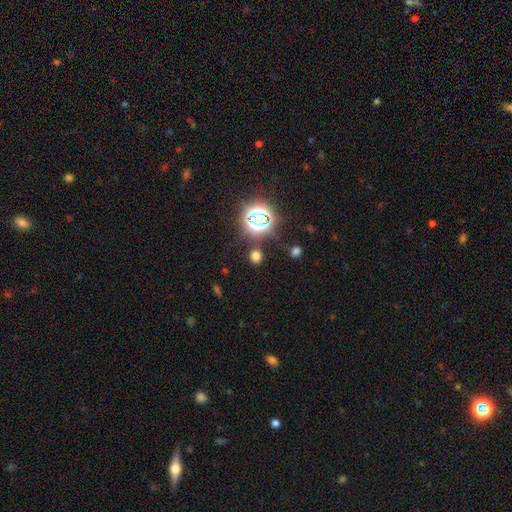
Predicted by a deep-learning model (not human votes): The model was most divided on "smooth or featured": smooth: 62%, star or artifact: 32%, featured or disk: 6%. More confident: merging — none (82%); how rounded — round (72%).